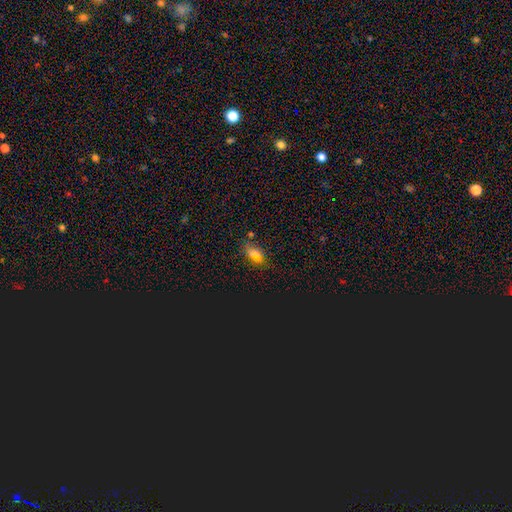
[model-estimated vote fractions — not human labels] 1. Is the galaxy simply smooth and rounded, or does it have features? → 64% smooth, 24% star or artifact, 12% featured or disk.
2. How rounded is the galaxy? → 79% in between, 13% round, 7% cigar-shaped.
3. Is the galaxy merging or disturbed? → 74% none, 16% minor disturbance, 5% merger, 5% major disturbance.